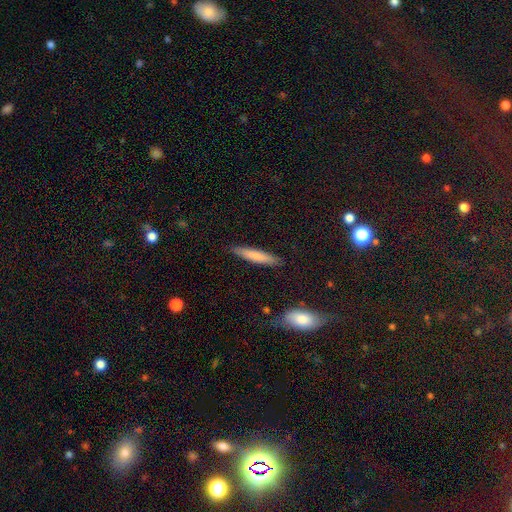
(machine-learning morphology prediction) Smooth or featured? Predicted: smooth (p=0.77). How rounded? Predicted: cigar-shaped (p=0.89). Merging? Predicted: none (p=0.87).